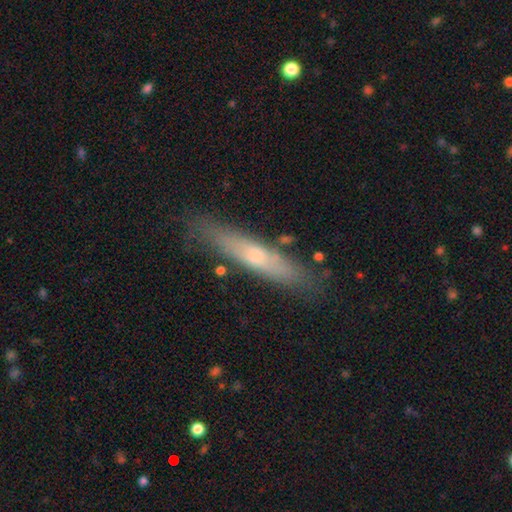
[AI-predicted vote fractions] Overall: smooth (48%; featured or disk 45%). Merging: none (82%).